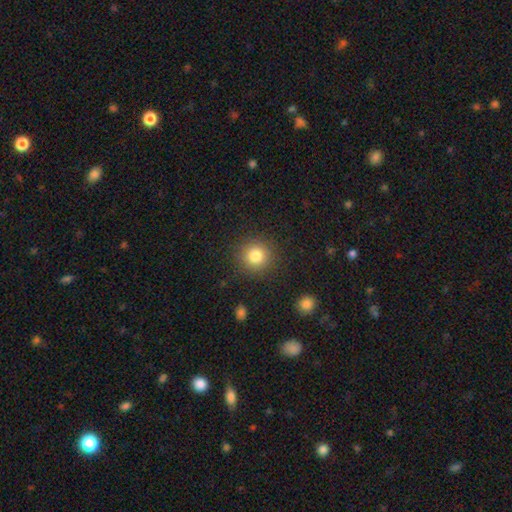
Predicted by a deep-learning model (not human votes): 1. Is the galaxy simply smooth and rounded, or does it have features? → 81% smooth, 12% star or artifact, 7% featured or disk.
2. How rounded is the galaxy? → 94% round, 6% in between, 1% cigar-shaped.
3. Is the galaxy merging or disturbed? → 89% none, 7% minor disturbance, 3% major disturbance, 1% merger.